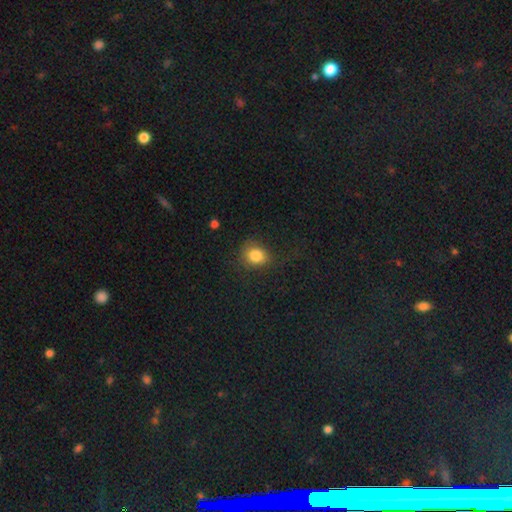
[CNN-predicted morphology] Smooth or featured?
  - smooth: 83% *
  - star or artifact: 10%
  - featured or disk: 7%
How rounded?
  - round: 68% *
  - in between: 31%
  - cigar-shaped: 1%
Merging?
  - none: 70% *
  - minor disturbance: 19%
  - major disturbance: 10%
  - merger: 1%